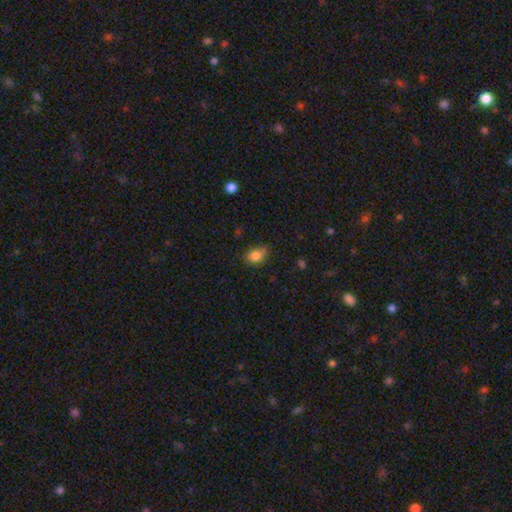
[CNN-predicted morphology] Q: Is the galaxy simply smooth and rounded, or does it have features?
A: smooth — 84%.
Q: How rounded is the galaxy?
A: in between — 64%.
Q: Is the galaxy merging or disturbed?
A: none — 61%.